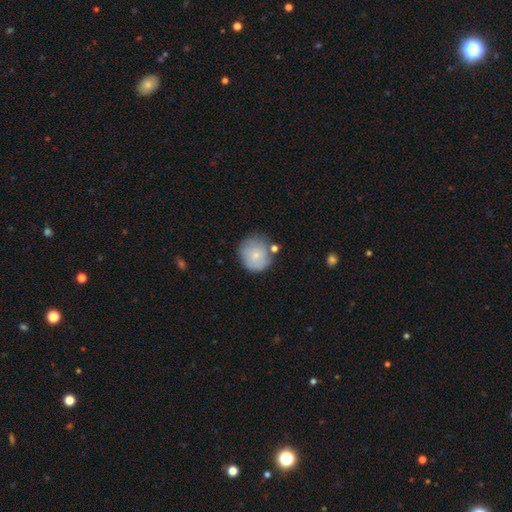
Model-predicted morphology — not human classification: Smooth or featured? smooth (69%)
How rounded? round (90%)
Merging? none (65%)